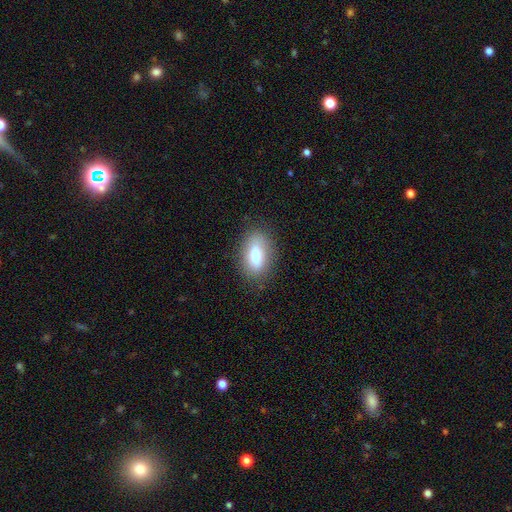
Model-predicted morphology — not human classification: Q: Smooth or featured?
A: smooth (77%); runner-up: featured or disk (15%)
Q: How rounded?
A: in between (81%); runner-up: cigar-shaped (14%)
Q: Merging?
A: none (81%); runner-up: minor disturbance (13%)